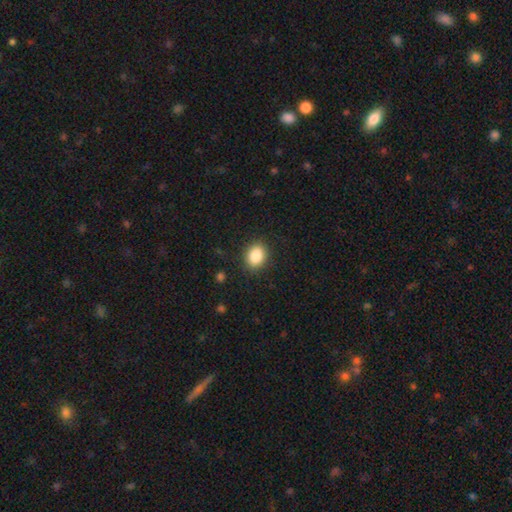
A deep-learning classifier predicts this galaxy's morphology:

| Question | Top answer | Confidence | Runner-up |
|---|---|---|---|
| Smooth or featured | smooth | 86% | star or artifact (9%) |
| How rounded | in between | 51% | round (48%) |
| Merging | none | 88% | minor disturbance (8%) |